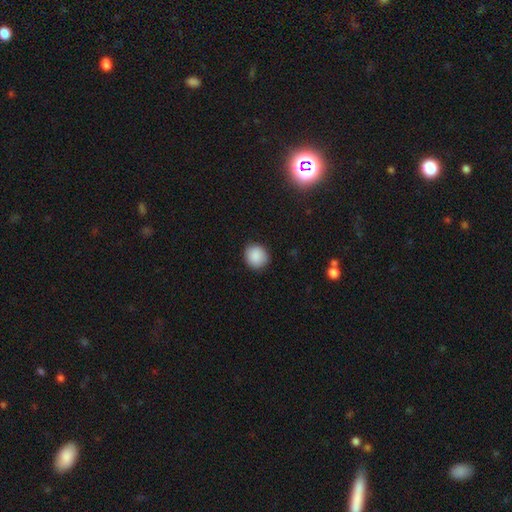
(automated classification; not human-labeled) Smooth or featured? smooth (89%)
How rounded? round (88%)
Merging? none (90%)